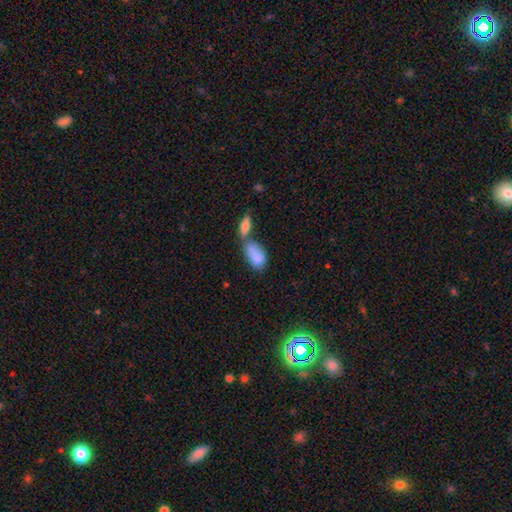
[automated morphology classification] Smooth or featured? Predicted: smooth (p=0.80). How rounded? Predicted: in between (p=0.90). Merging? Predicted: merger (p=0.57).